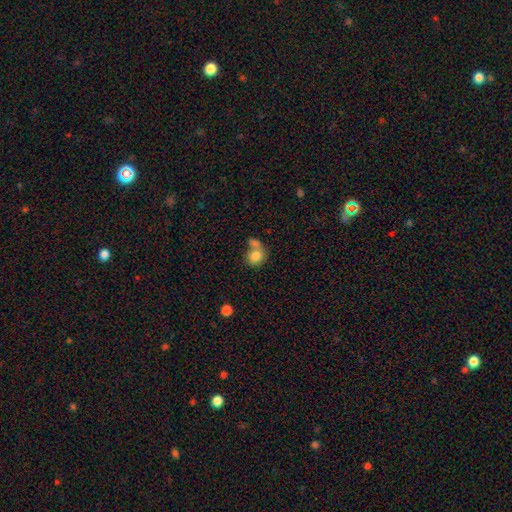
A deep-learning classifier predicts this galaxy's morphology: smooth-or-featured: smooth: 82% | featured or disk: 10% | star or artifact: 9%
  how-rounded: round: 57% | in between: 42% | cigar-shaped: 1%
  merging: merger: 47% | none: 36% | minor disturbance: 11% | major disturbance: 6%